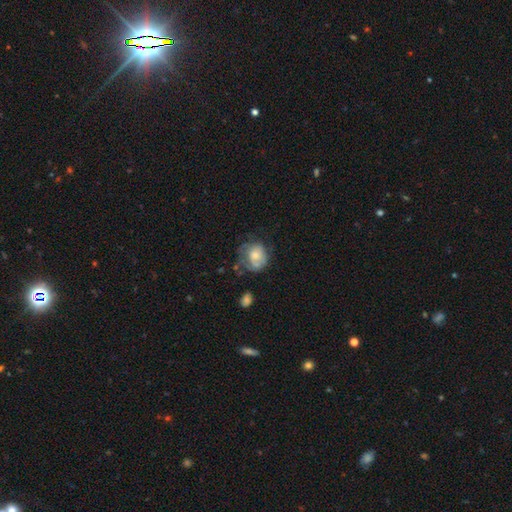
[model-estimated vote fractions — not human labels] smooth 51%, featured or disk 40%, star or artifact 9%. Down the decision tree: how rounded — round (63%); merging — none (38%).